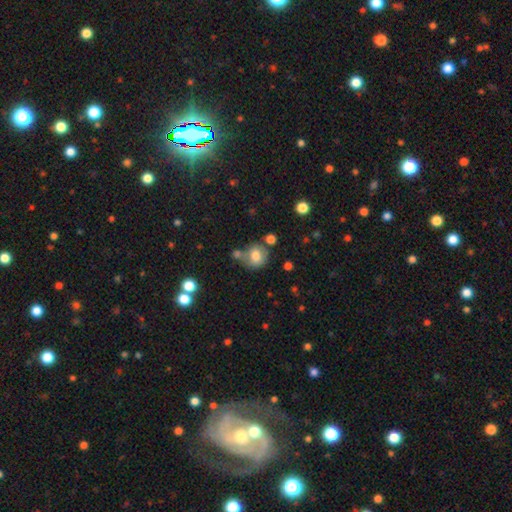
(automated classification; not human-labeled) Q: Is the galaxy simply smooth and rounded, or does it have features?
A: smooth — 75%.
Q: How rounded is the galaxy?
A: round — 73%.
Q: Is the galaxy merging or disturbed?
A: none — 57%.